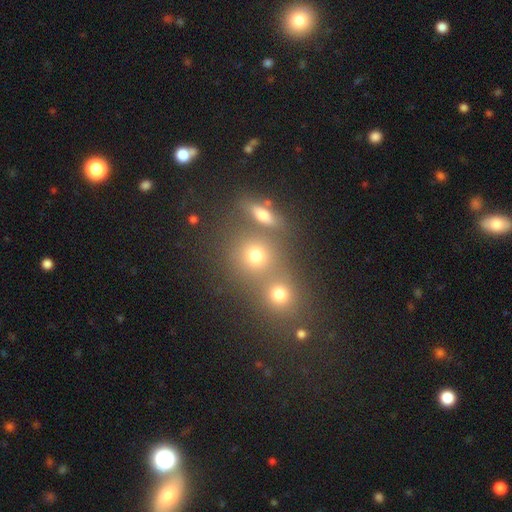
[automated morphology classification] Smooth or featured: smooth — 68% (star or artifact — 19%)
How rounded: round — 80% (in between — 18%)
Merging: none — 51% (merger — 38%)